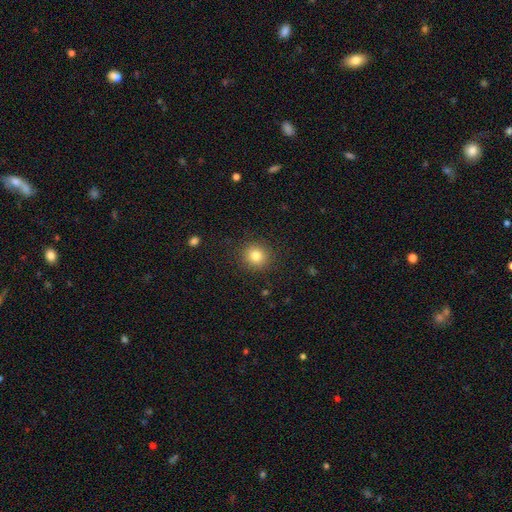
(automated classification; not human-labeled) smooth-or-featured: smooth: 81% | star or artifact: 12% | featured or disk: 8%
  how-rounded: round: 90% | in between: 9% | cigar-shaped: 1%
  merging: none: 90% | minor disturbance: 7% | major disturbance: 3% | merger: 1%